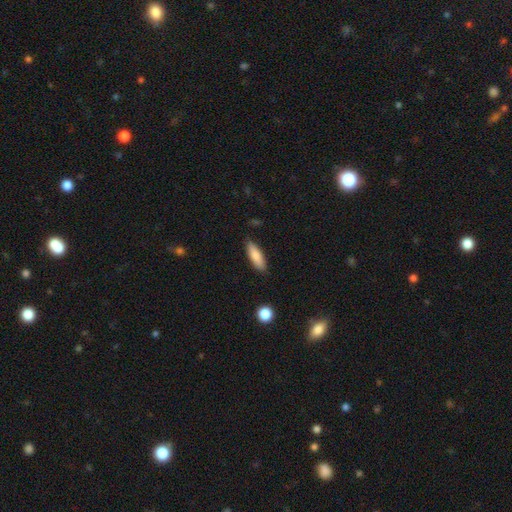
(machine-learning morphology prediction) Smooth or featured: smooth — 82% (featured or disk — 12%)
How rounded: in between — 52% (cigar-shaped — 46%)
Merging: none — 86% (minor disturbance — 11%)